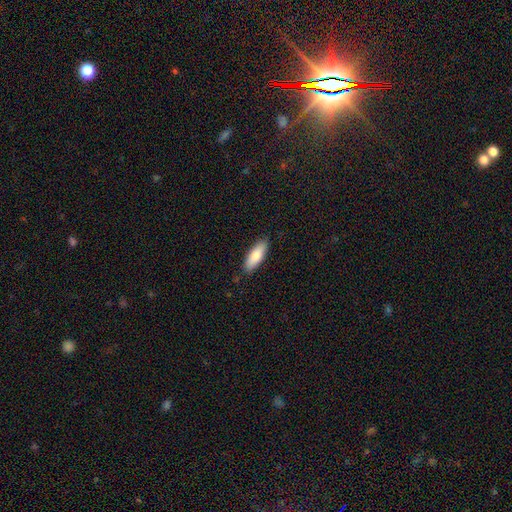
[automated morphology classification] Smooth or featured?
  - smooth: 81% *
  - featured or disk: 13%
  - star or artifact: 6%
How rounded?
  - in between: 63% *
  - cigar-shaped: 35%
  - round: 2%
Merging?
  - none: 88% *
  - minor disturbance: 9%
  - major disturbance: 2%
  - merger: 1%